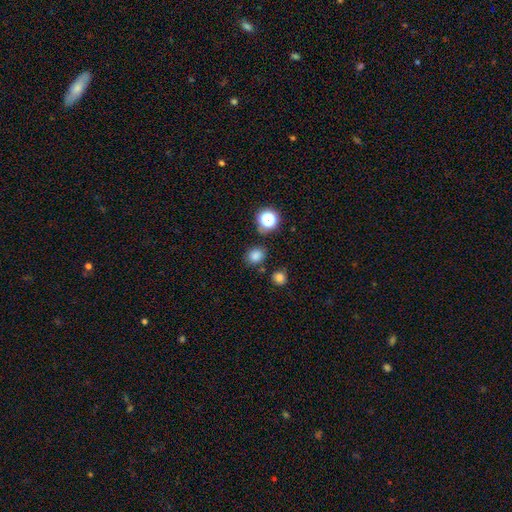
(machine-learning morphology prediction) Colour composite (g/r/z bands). It shows a smooth galaxy with no disk features (80%) that is round (67%). Merging: none (78%).